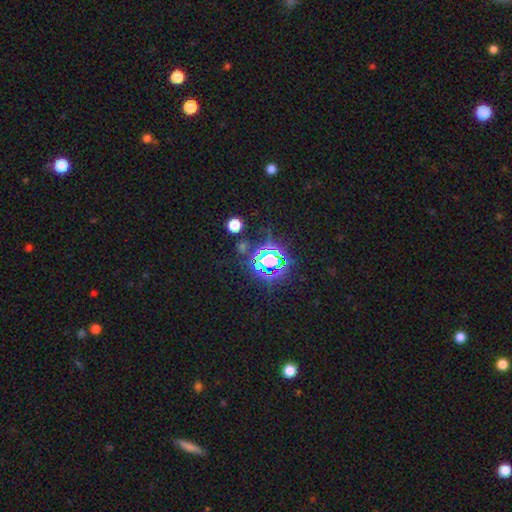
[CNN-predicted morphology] Smooth or featured?
  - star or artifact: 81% *
  - smooth: 13%
  - featured or disk: 6%